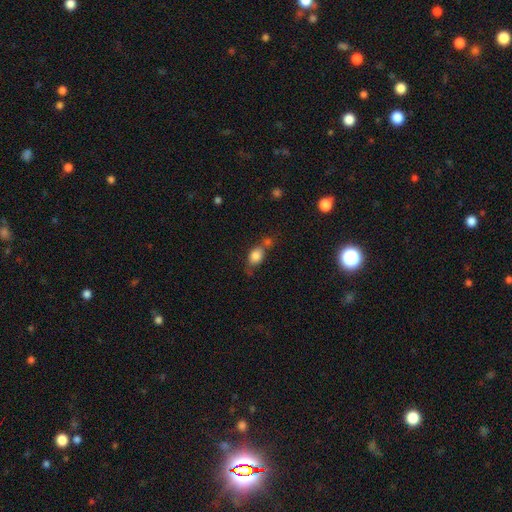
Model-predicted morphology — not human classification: This appears to be a smooth galaxy with no disk features (80%) that is in between round and cigar-shaped (67%). Merging: none (44%).